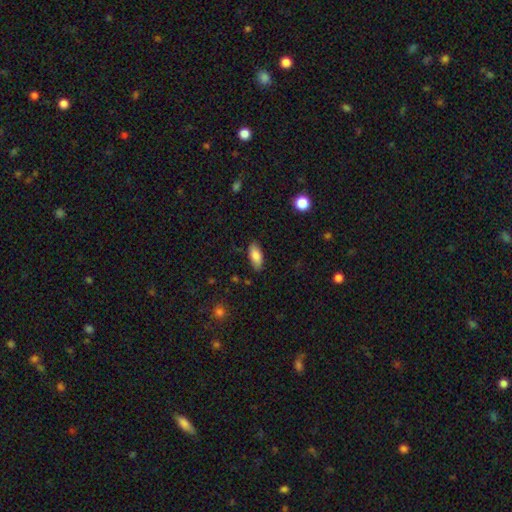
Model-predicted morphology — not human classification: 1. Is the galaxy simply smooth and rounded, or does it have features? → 85% smooth, 8% featured or disk, 7% star or artifact.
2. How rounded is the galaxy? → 84% in between, 14% cigar-shaped, 2% round.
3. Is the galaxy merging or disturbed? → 84% none, 12% minor disturbance, 3% major disturbance, 1% merger.